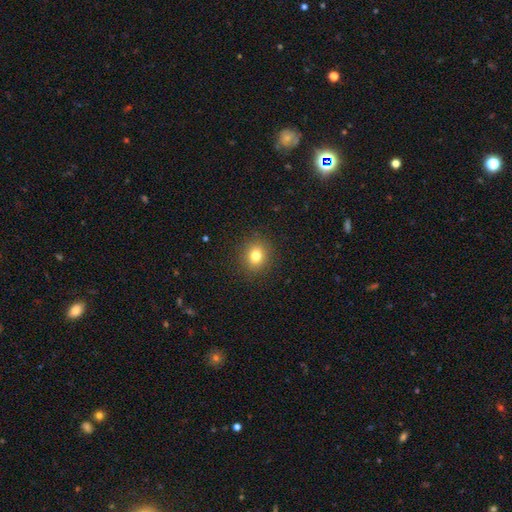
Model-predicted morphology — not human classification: A smooth galaxy with no disk features (79%) that is round (76%).

Vote fractions:
- Smooth or featured? smooth: 79% / star or artifact: 13% / featured or disk: 8%
- How rounded? round: 76% / in between: 23% / cigar-shaped: 1%
- Merging? none: 90% / minor disturbance: 7% / major disturbance: 2% / merger: 1%